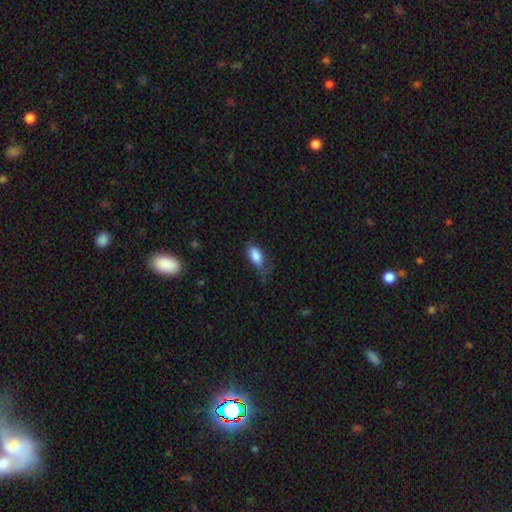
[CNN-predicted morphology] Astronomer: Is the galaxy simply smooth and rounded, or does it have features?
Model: smooth — 85%.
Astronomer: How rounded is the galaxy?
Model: in between — 89%.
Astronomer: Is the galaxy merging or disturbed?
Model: none — 46% (runner-up: minor disturbance, 35%).